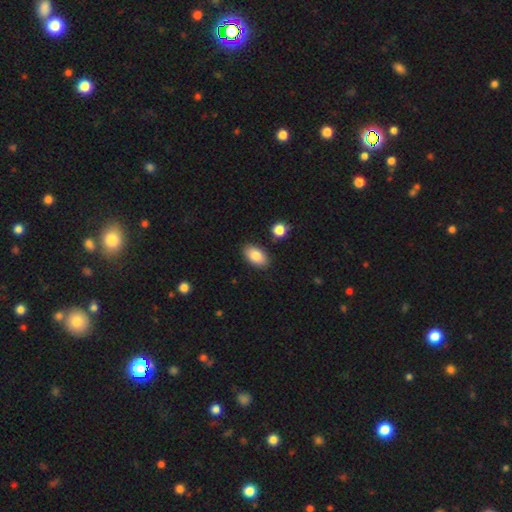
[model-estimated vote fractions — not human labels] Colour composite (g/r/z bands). It shows a smooth galaxy with no disk features (85%) that is in between round and cigar-shaped (93%). Merging: none (86%).